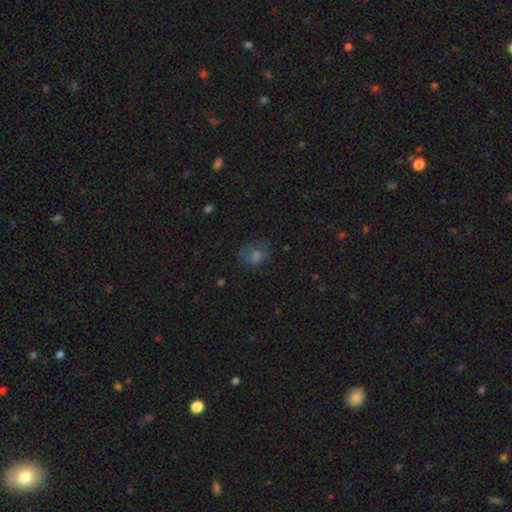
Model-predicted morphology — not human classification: smooth_or_featured: smooth (p=0.60) [alt: star or artifact p=0.24]
how_rounded: round (p=0.62) [alt: in between p=0.37]
merging: none (p=0.71) [alt: minor disturbance p=0.19]